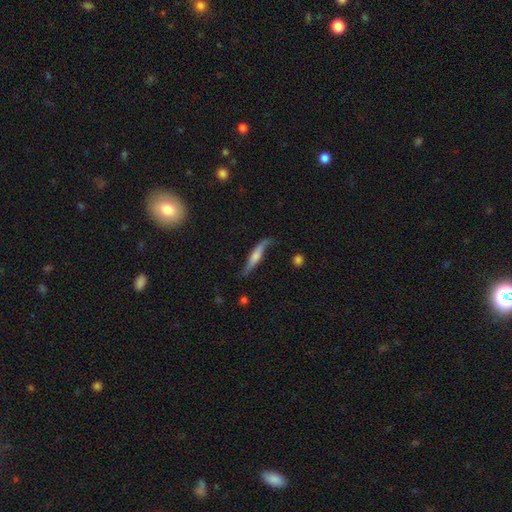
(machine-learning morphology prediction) smooth-or-featured: featured or disk: 61% | smooth: 32% | star or artifact: 7%
  disk-edge-on: yes: 68% | no: 32%
  merging: none: 64% | minor disturbance: 25% | major disturbance: 8% | merger: 3%